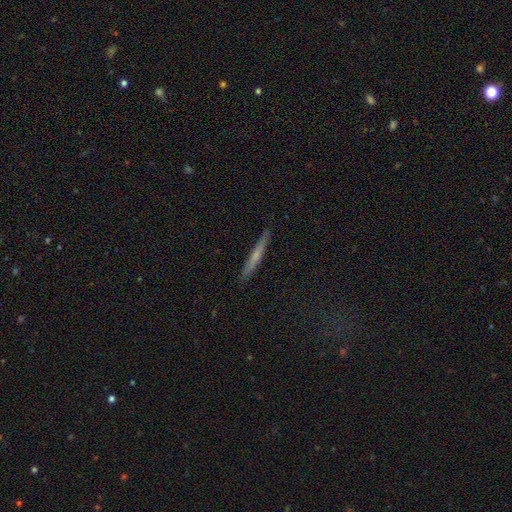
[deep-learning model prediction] Smooth or featured?
  - smooth: 50% *
  - featured or disk: 42%
  - star or artifact: 7%
How rounded?
  - cigar-shaped: 96% *
  - in between: 3%
  - round: 2%
Merging?
  - none: 91% *
  - minor disturbance: 7%
  - major disturbance: 1%
  - merger: 1%